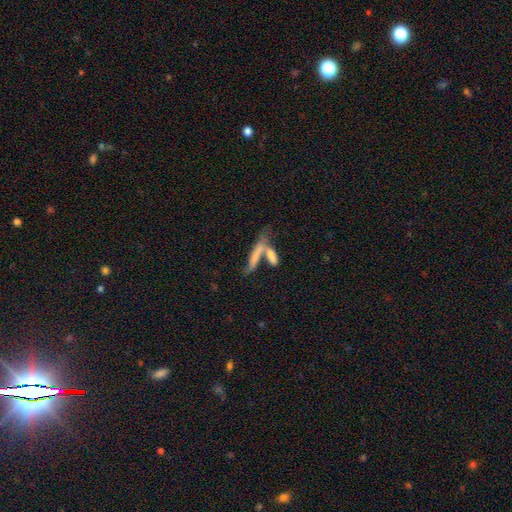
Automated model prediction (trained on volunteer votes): This is likely a smooth galaxy (63%). How rounded: likely cigar-shaped (76%). Merging: possibly merger (54%).